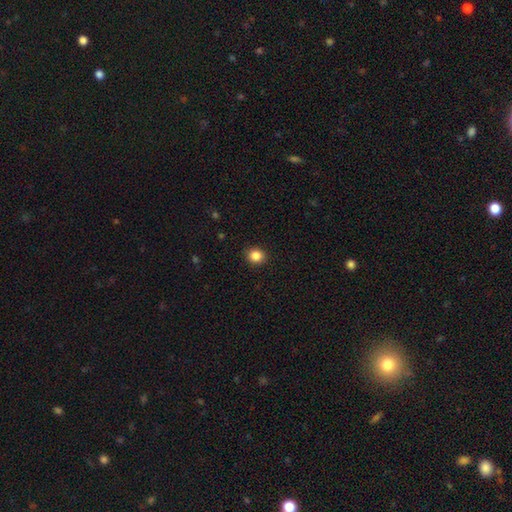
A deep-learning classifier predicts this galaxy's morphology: A smooth galaxy with no disk features (85%) that is round (76%).

Vote fractions:
- Smooth or featured? smooth: 85% / star or artifact: 11% / featured or disk: 4%
- How rounded? round: 76% / in between: 23% / cigar-shaped: 1%
- Merging? none: 91% / minor disturbance: 6% / major disturbance: 2% / merger: 1%